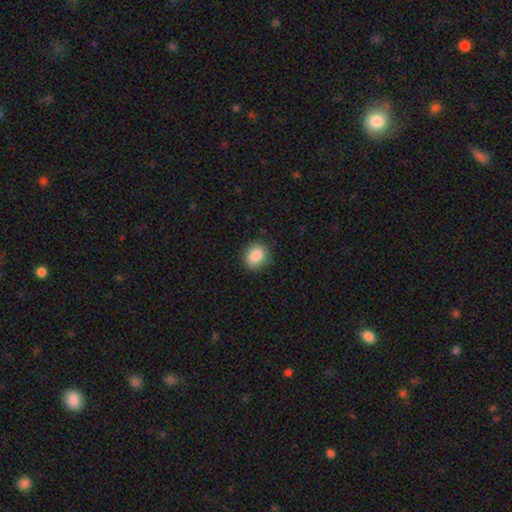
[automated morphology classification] A smooth galaxy with no disk features (87%) that is round (59%). Merging: none (83%).